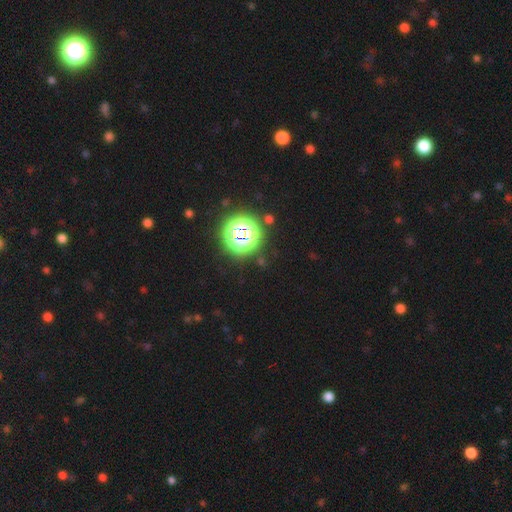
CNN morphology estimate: Smooth or featured? star or artifact (84%)